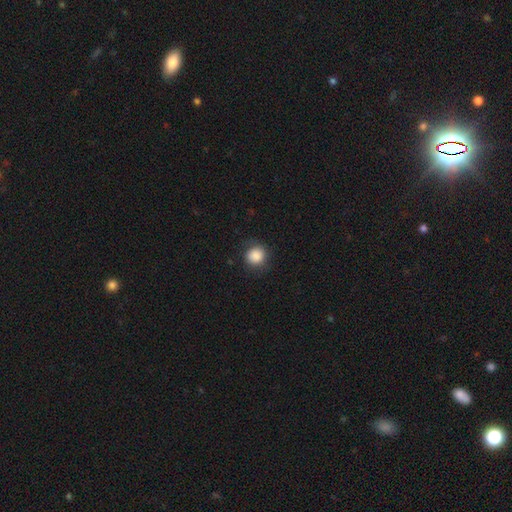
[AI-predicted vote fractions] Smooth or featured?
  - smooth: 87% *
  - star or artifact: 9%
  - featured or disk: 4%
How rounded?
  - round: 88% *
  - in between: 11%
  - cigar-shaped: 1%
Merging?
  - none: 83% *
  - minor disturbance: 12%
  - major disturbance: 4%
  - merger: 1%